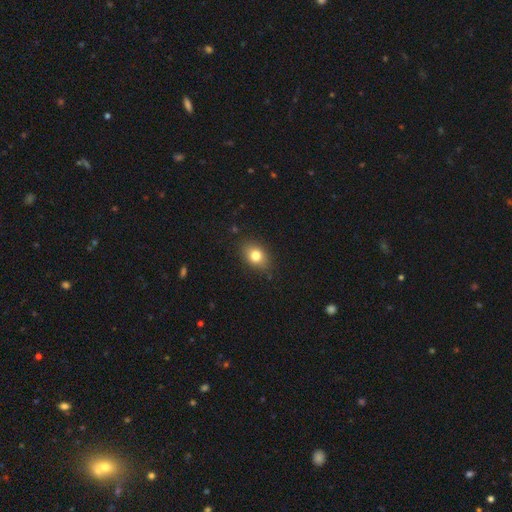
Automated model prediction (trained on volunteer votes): smooth 79%, featured or disk 11%, star or artifact 10%. Down the decision tree: how rounded — in between (68%); merging — none (83%).